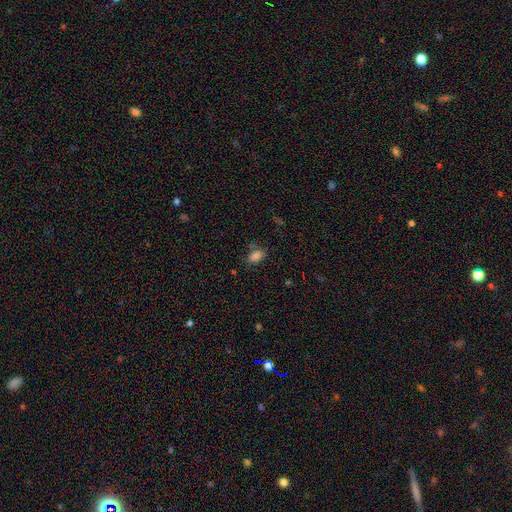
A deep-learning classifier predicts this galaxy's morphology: smooth 83%, star or artifact 12%, featured or disk 5%. Down the decision tree: how rounded — in between (86%); merging — none (72%).